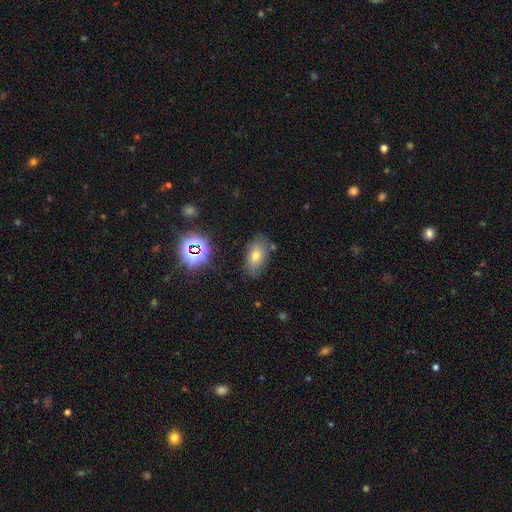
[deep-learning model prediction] smooth_or_featured: smooth (p=0.68) [alt: star or artifact p=0.16]
how_rounded: in between (p=0.87) [alt: round p=0.10]
merging: none (p=0.79) [alt: minor disturbance p=0.14]